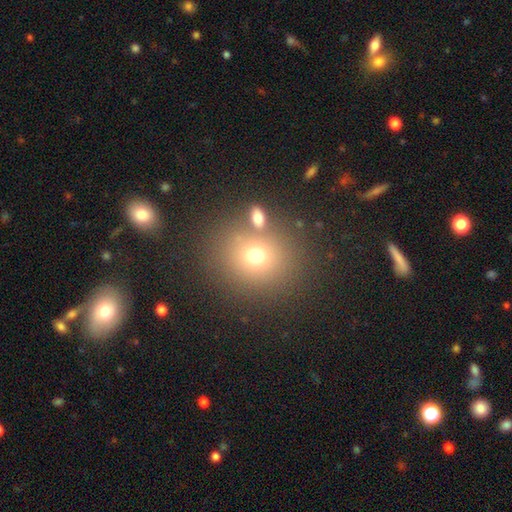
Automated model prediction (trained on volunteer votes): This appears to be a smooth galaxy with no disk features (70%) that is round (73%). Merging: none (70%).